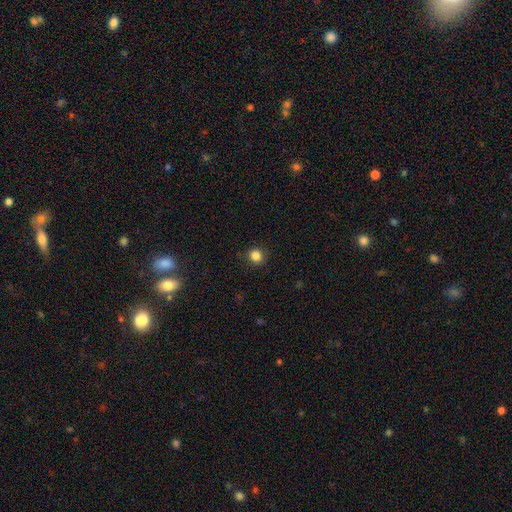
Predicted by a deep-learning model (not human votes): Smooth or featured: smooth — 85% (star or artifact — 12%)
How rounded: round — 90% (in between — 9%)
Merging: none — 90% (minor disturbance — 7%)